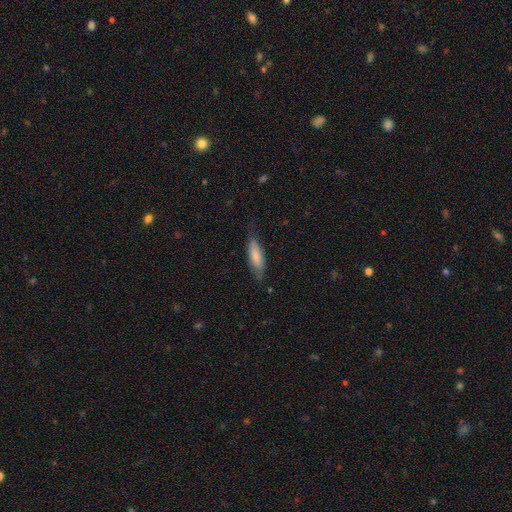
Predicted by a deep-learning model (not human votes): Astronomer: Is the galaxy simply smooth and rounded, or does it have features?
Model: smooth — 78%.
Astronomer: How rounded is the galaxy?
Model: cigar-shaped — 51% (runner-up: in between, 47%).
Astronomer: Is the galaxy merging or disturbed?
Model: none — 68%.